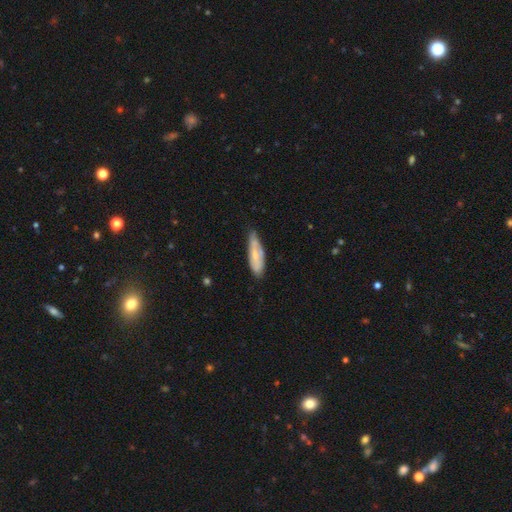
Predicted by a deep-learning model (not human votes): The model was most divided on "how rounded": cigar-shaped: 50%, in between: 48%, round: 2%. More confident: merging — none (62%); smooth or featured — smooth (52%).